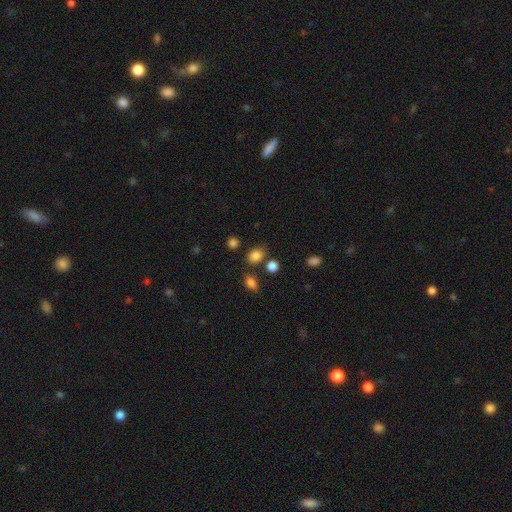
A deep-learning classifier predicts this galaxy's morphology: This is clearly a smooth galaxy (83%). How rounded: possibly in between (52%). Merging: likely none (76%).